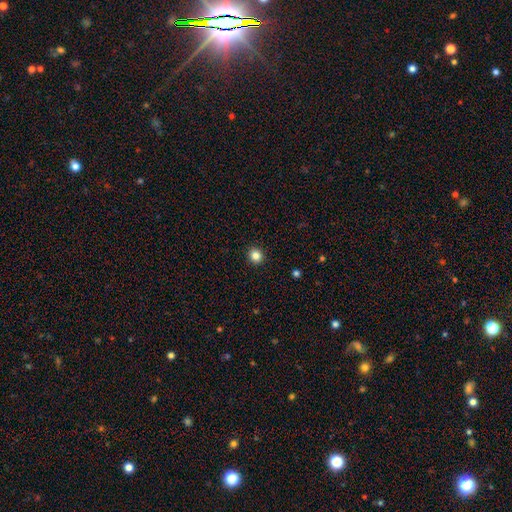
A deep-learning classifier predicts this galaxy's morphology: Smooth or featured: smooth — 84% (star or artifact — 11%)
How rounded: round — 86% (in between — 13%)
Merging: none — 92% (minor disturbance — 5%)